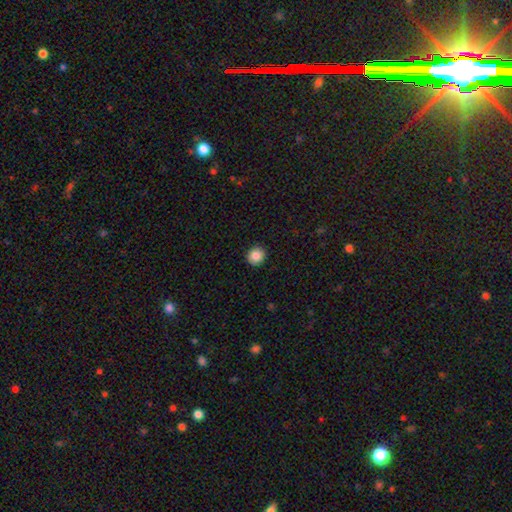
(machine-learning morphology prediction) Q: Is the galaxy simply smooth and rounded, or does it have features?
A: smooth — 86%.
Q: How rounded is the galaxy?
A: round — 90%.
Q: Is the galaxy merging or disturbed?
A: none — 92%.